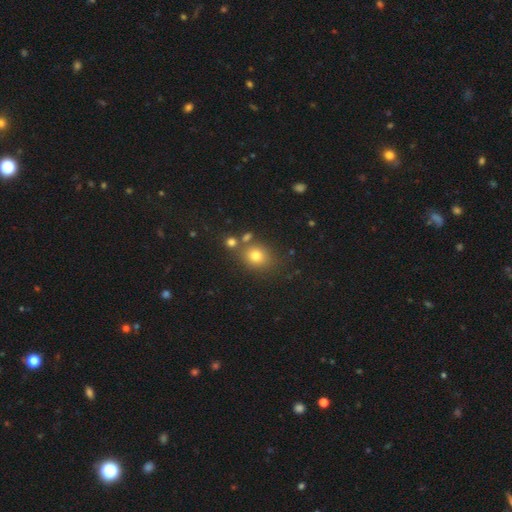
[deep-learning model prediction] Smooth or featured? Predicted: smooth (p=0.75). How rounded? Predicted: round (p=0.70). Merging? Predicted: none (p=0.69).